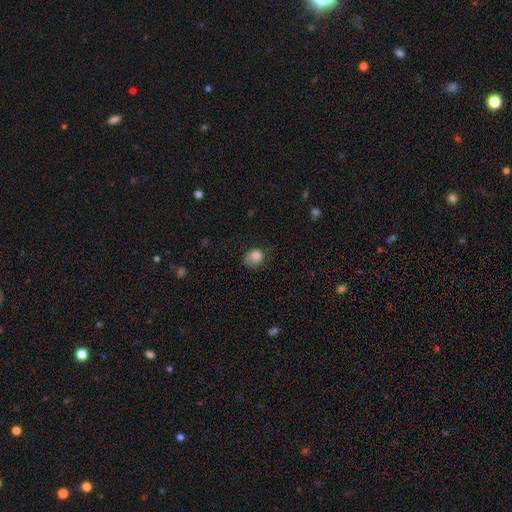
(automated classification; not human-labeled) A smooth galaxy with no disk features (78%) that is round (59%). Merging: none (50%).